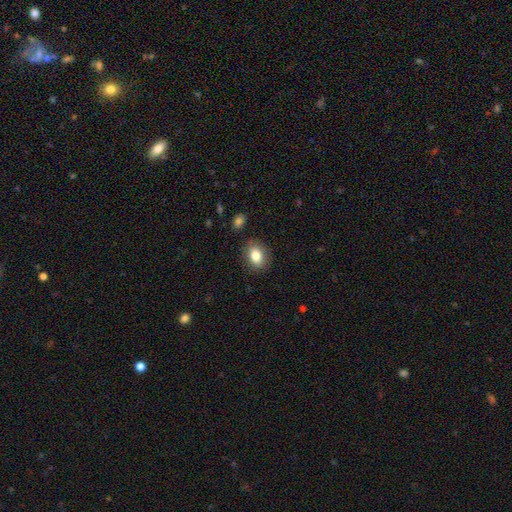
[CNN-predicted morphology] This appears to be a smooth galaxy with no disk features (83%) that is in between round and cigar-shaped (68%). Merging: none (86%).